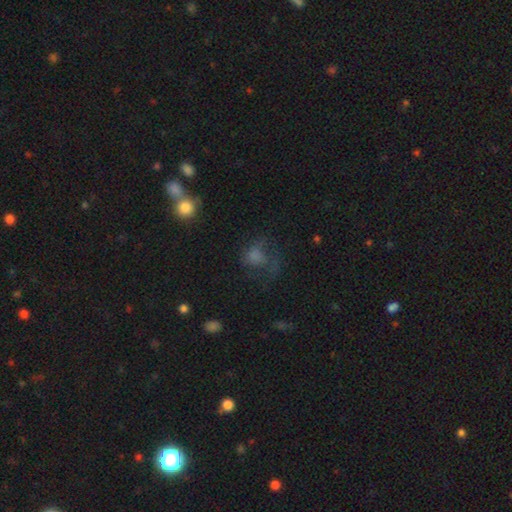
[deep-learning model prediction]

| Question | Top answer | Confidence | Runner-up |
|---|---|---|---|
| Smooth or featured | smooth | 49% | featured or disk (29%) |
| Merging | none | 41% | major disturbance (36%) |